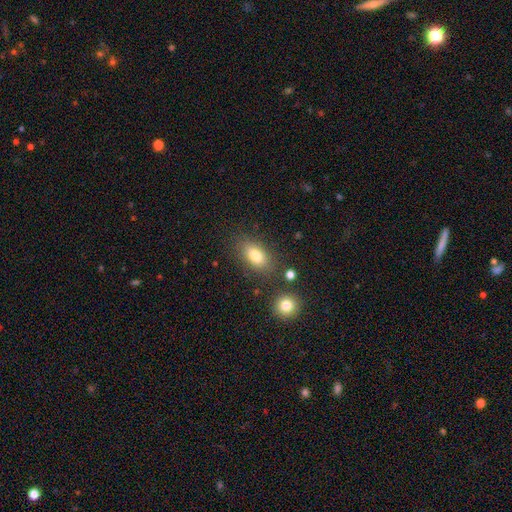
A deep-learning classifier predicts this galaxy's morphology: type=smooth (79%); roundness=in between (85%); merging=none (79%).